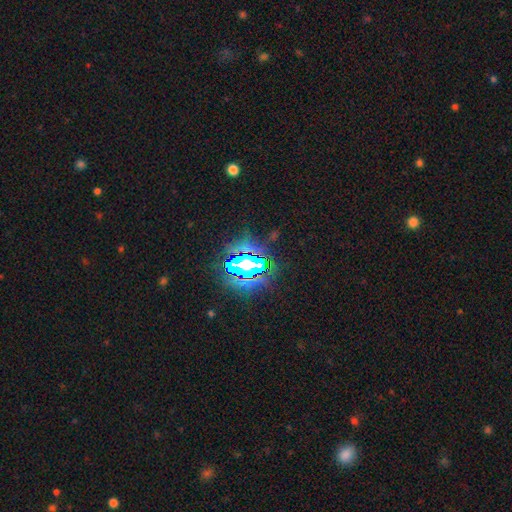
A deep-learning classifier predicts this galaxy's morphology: Q: Smooth or featured?
A: star or artifact (79%); runner-up: smooth (12%)